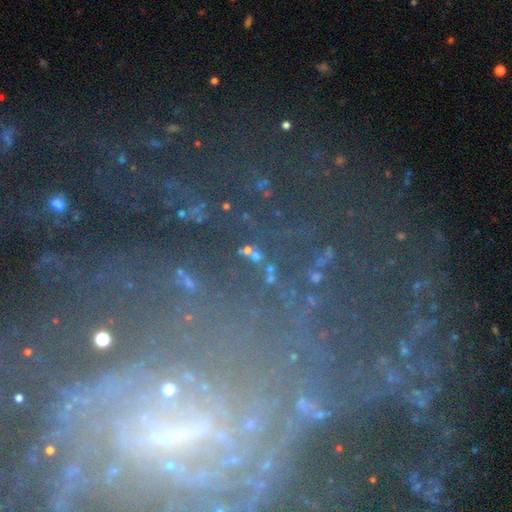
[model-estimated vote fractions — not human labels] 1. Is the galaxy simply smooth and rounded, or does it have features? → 46% star or artifact, 35% smooth, 19% featured or disk.